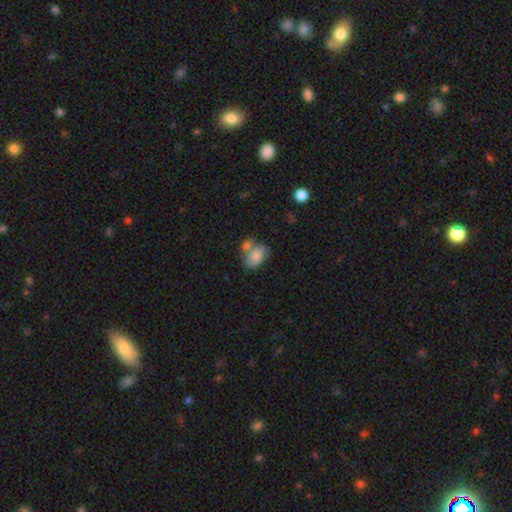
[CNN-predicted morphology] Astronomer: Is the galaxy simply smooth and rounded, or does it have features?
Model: smooth — 78%.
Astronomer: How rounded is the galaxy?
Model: in between — 83%.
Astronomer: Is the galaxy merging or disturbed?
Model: merger — 41% (runner-up: none, 33%).